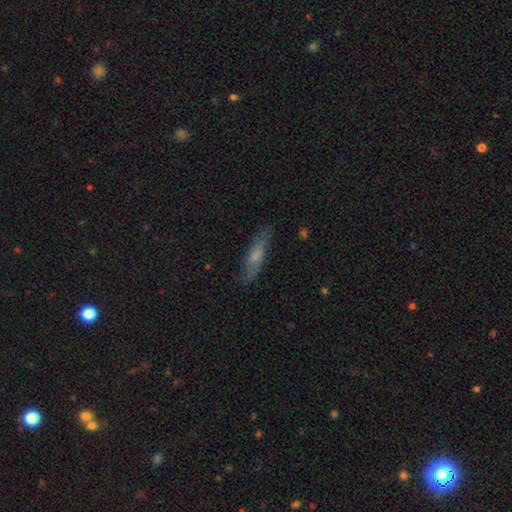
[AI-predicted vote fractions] Smooth or featured: smooth — 63% (featured or disk — 30%)
How rounded: cigar-shaped — 77% (in between — 21%)
Merging: none — 81% (minor disturbance — 14%)